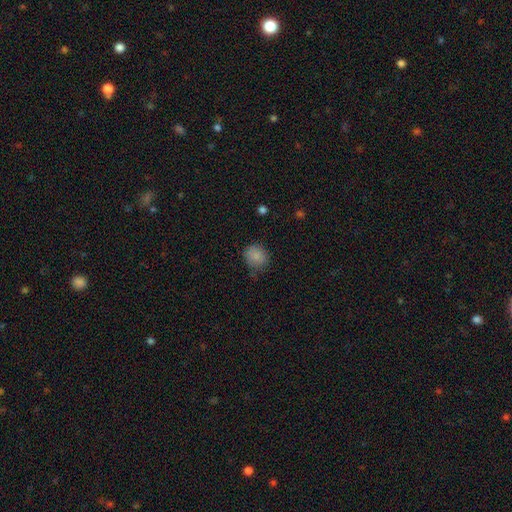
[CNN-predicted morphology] smooth 84%, star or artifact 10%, featured or disk 7%. Down the decision tree: how rounded — round (79%); merging — none (71%).